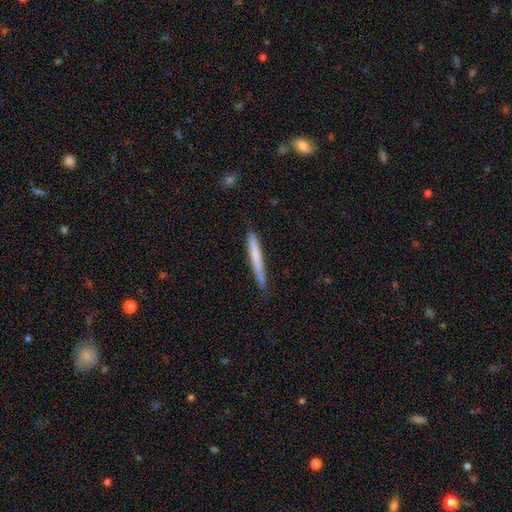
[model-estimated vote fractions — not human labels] smooth 67%, featured or disk 27%, star or artifact 6%. Down the decision tree: how rounded — cigar-shaped (97%); merging — none (78%).